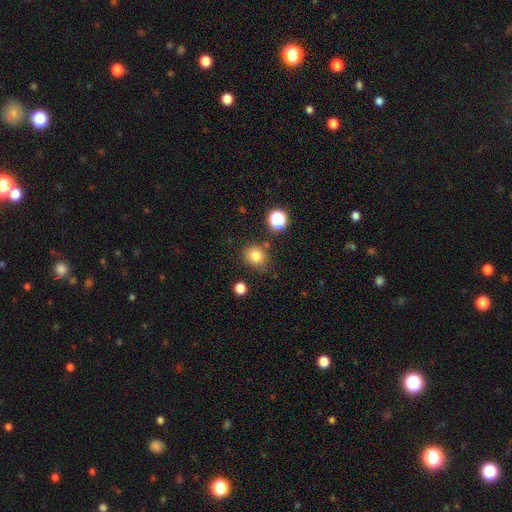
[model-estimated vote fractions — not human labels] This is clearly a smooth galaxy (80%). How rounded: likely round (78%). Merging: likely none (78%).